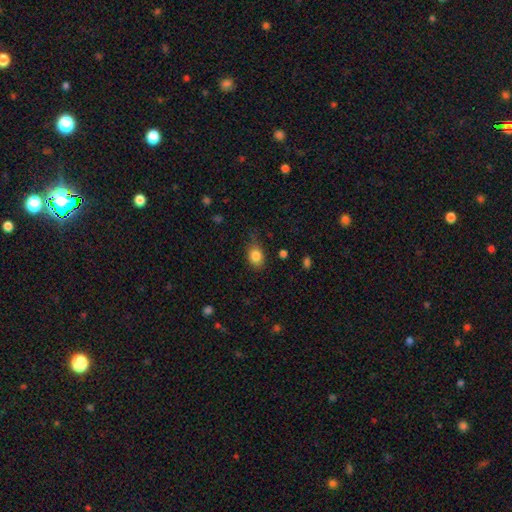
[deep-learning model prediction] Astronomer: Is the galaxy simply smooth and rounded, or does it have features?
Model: smooth — 84%.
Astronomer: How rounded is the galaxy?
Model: in between — 65%.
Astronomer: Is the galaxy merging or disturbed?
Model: none — 72%.